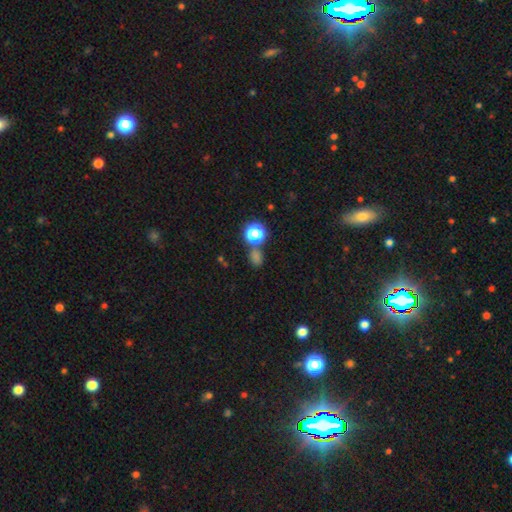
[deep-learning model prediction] This is possibly a smooth galaxy (56%). How rounded: likely round (72%). Merging: likely none (71%).